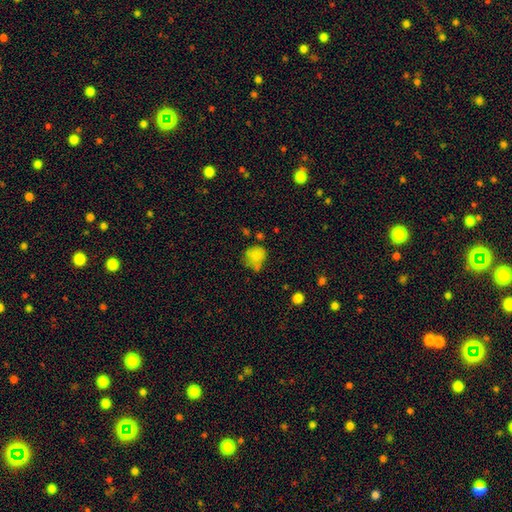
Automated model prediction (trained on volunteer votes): This appears to be a smooth galaxy with no disk features (78%) that is round (71%). Merging: none (46%).